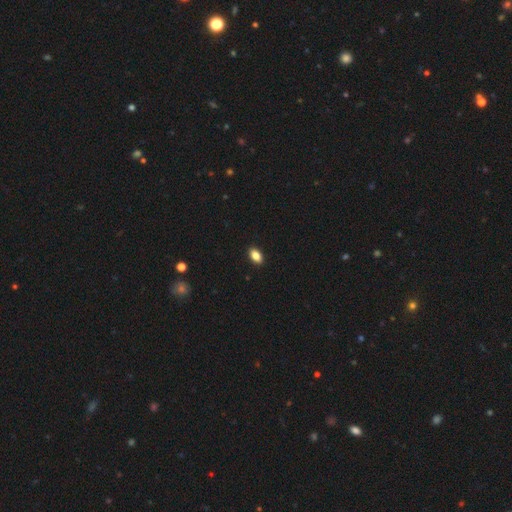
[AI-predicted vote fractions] A smooth galaxy with no disk features (85%) that is in between round and cigar-shaped (90%).

Vote fractions:
- Smooth or featured? smooth: 85% / star or artifact: 9% / featured or disk: 6%
- How rounded? in between: 90% / round: 8% / cigar-shaped: 3%
- Merging? none: 90% / minor disturbance: 7% / major disturbance: 2% / merger: 1%